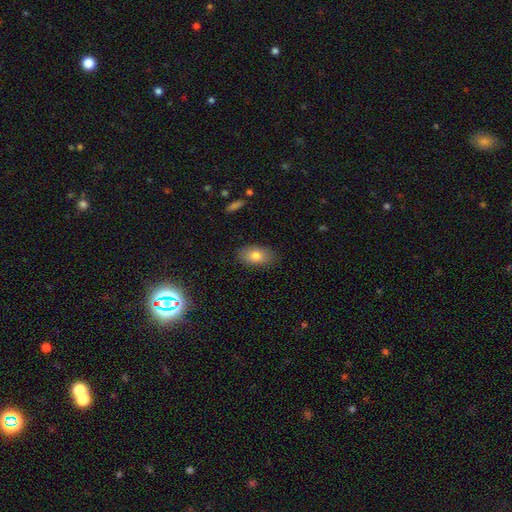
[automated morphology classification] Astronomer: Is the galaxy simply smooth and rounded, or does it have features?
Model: smooth — 80%.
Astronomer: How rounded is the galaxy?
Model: in between — 90%.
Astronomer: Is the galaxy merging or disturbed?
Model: none — 84%.